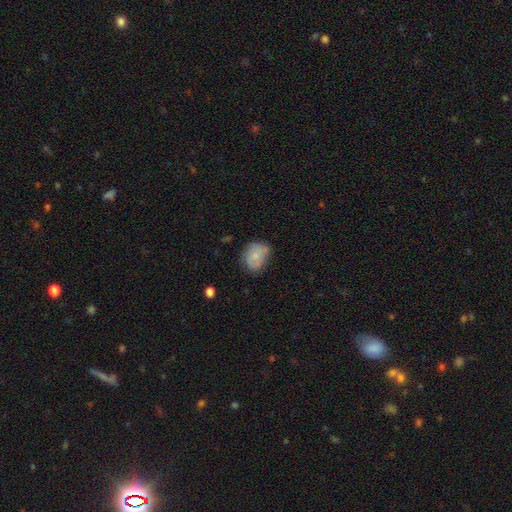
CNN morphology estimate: Q: Smooth or featured?
A: smooth (72%); runner-up: featured or disk (20%)
Q: How rounded?
A: round (51%); runner-up: in between (48%)
Q: Merging?
A: none (56%); runner-up: minor disturbance (31%)